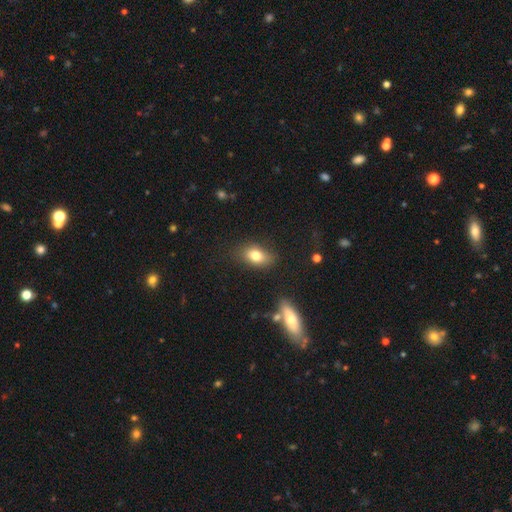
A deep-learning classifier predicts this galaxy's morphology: The model was most divided on "merging": none: 77%, minor disturbance: 16%, major disturbance: 5%, merger: 3%. More confident: how rounded — in between (83%); smooth or featured — smooth (77%).